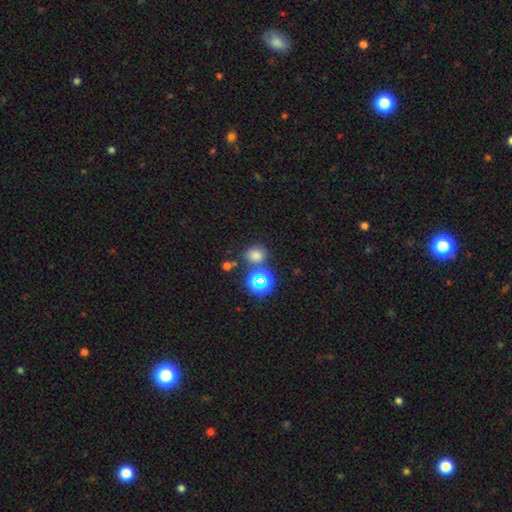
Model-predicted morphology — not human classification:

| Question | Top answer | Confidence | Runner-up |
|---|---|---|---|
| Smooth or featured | smooth | 72% | star or artifact (22%) |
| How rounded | round | 71% | in between (28%) |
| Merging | none | 73% | merger (12%) |